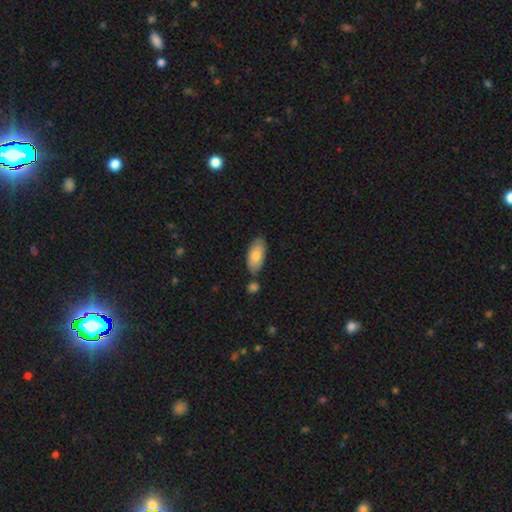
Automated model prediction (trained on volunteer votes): This appears to be a smooth galaxy with no disk features (80%) that is in between round and cigar-shaped (90%). Merging: none (77%).